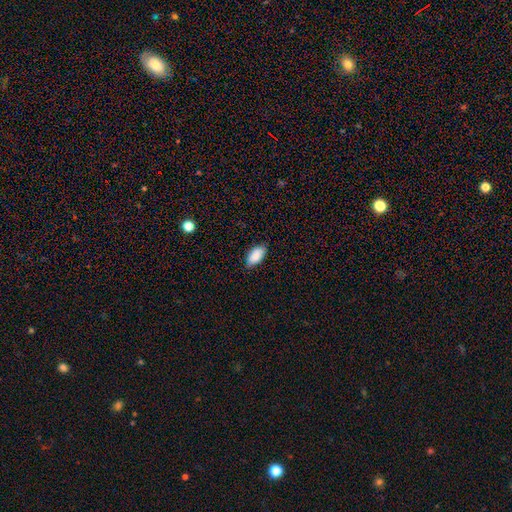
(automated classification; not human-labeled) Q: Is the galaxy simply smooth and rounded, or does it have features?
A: smooth — 87%.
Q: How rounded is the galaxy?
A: in between — 93%.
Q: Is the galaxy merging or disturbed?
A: none — 82%.